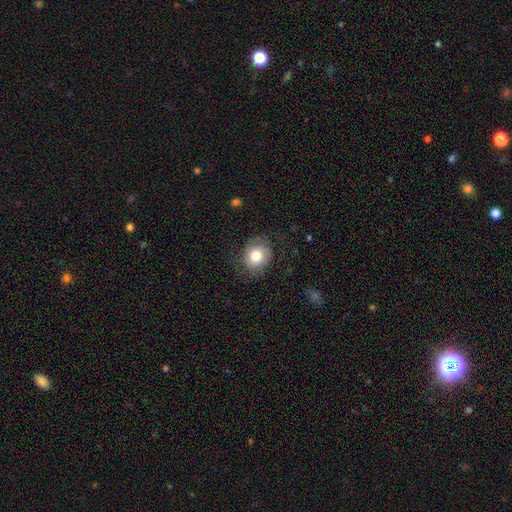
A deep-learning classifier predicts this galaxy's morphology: Smooth or featured?
  - smooth: 76% *
  - featured or disk: 16%
  - star or artifact: 8%
How rounded?
  - round: 65% *
  - in between: 34%
  - cigar-shaped: 1%
Merging?
  - none: 72% *
  - minor disturbance: 18%
  - major disturbance: 8%
  - merger: 1%